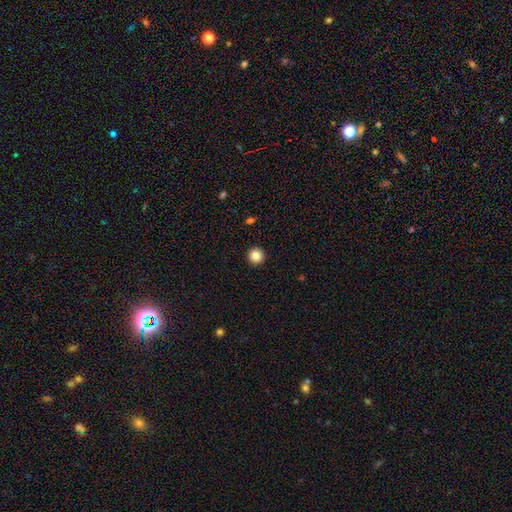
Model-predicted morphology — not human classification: A smooth galaxy with no disk features (85%) that is round (96%).

Vote fractions:
- Smooth or featured? smooth: 85% / star or artifact: 10% / featured or disk: 5%
- How rounded? round: 96% / in between: 3% / cigar-shaped: 1%
- Merging? none: 94% / minor disturbance: 4% / major disturbance: 1% / merger: 1%